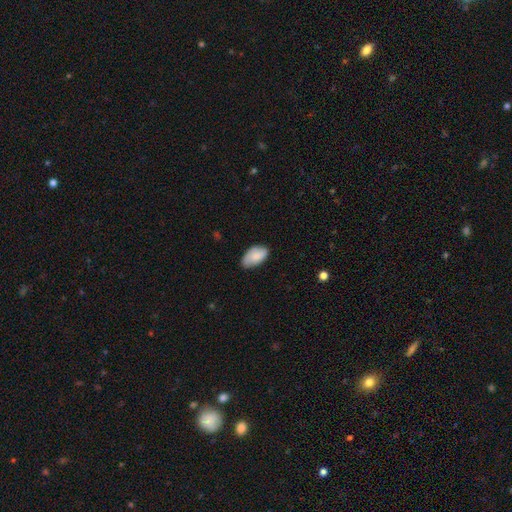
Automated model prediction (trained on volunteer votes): Smooth or featured?
  - smooth: 79% *
  - featured or disk: 14%
  - star or artifact: 6%
How rounded?
  - in between: 94% *
  - round: 4%
  - cigar-shaped: 2%
Merging?
  - none: 70% *
  - minor disturbance: 25%
  - major disturbance: 4%
  - merger: 1%